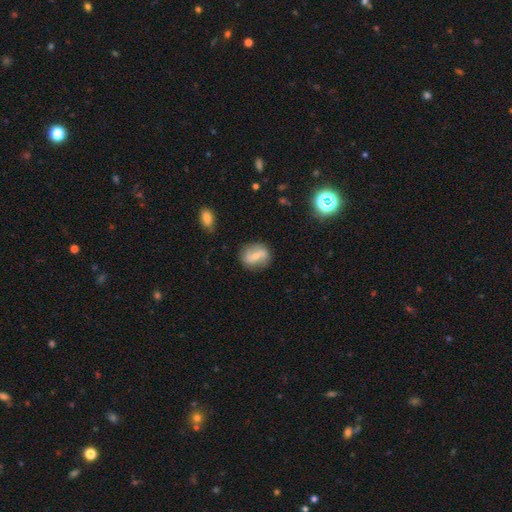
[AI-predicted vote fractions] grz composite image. It shows a featured or disk galaxy (52%). Merging: none (78%).